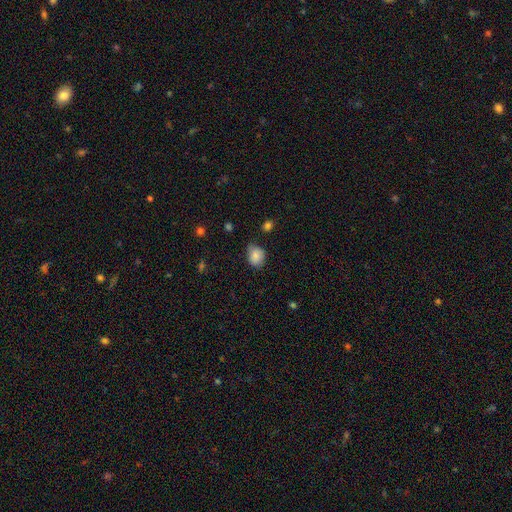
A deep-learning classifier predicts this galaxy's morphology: This is clearly a smooth galaxy (83%). How rounded: possibly round (53%). Merging: likely none (62%).